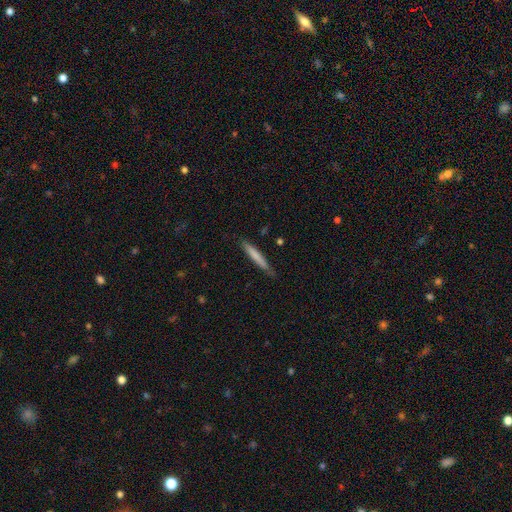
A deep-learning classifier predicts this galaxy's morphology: Smooth or featured: smooth — 73% (featured or disk — 22%)
How rounded: cigar-shaped — 95% (in between — 4%)
Merging: none — 79% (minor disturbance — 17%)